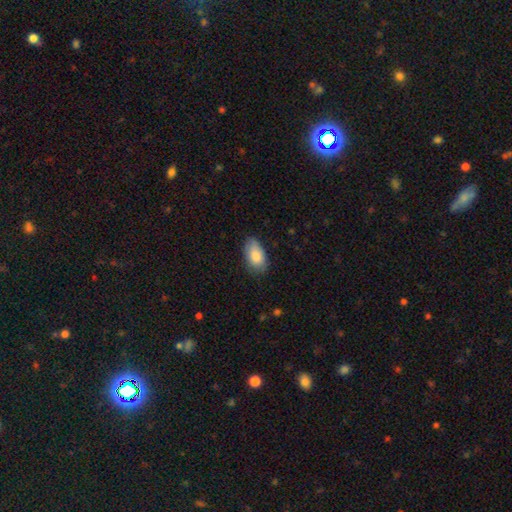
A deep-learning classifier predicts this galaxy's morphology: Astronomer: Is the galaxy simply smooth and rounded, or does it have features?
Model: smooth — 86%.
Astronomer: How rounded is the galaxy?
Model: in between — 94%.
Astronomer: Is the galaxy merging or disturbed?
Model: none — 70%.